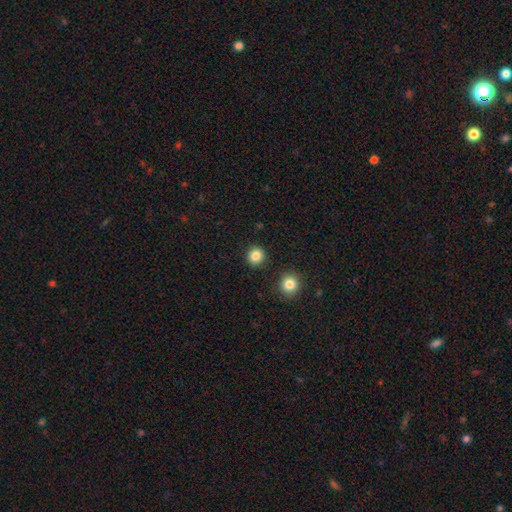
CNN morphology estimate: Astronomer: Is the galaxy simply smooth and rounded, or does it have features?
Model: smooth — 85%.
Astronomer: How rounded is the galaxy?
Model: round — 91%.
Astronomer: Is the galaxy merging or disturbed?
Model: none — 91%.